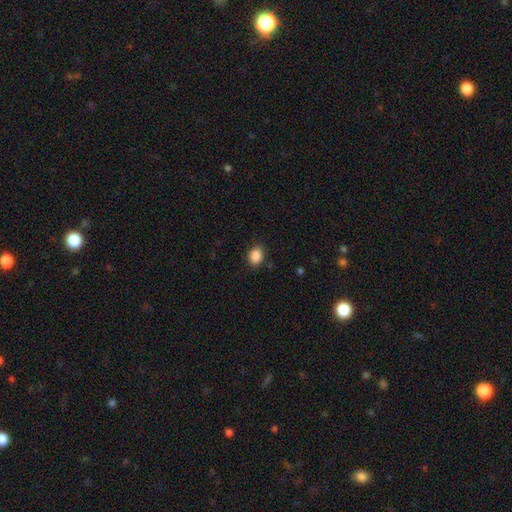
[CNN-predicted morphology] Smooth or featured?
  - smooth: 88% *
  - star or artifact: 9%
  - featured or disk: 3%
How rounded?
  - in between: 63% *
  - round: 36%
  - cigar-shaped: 1%
Merging?
  - none: 86% *
  - minor disturbance: 10%
  - major disturbance: 3%
  - merger: 1%